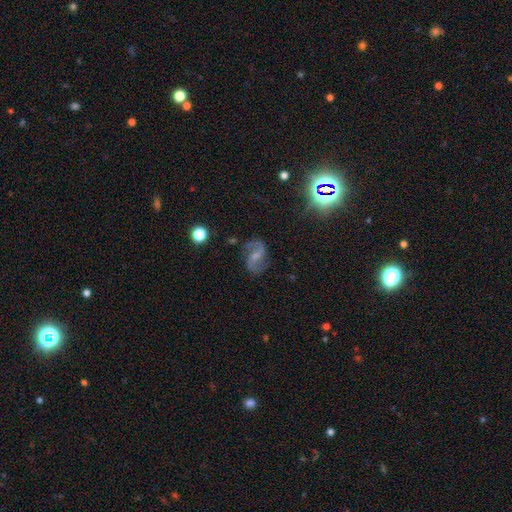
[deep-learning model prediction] Smooth or featured: featured or disk — 75% (smooth — 14%)
Edge-on disk: no — 97% (yes — 3%)
Bar: weak — 47% (strong — 31%)
Spiral arms: yes — 93% (no — 7%)
Spiral winding: loose — 53% (medium — 37%)
Spiral arm count: 2 — 90% (can't tell — 4%)
Bulge size: small — 37% (none — 33%)
Merging: none — 71% (minor disturbance — 17%)